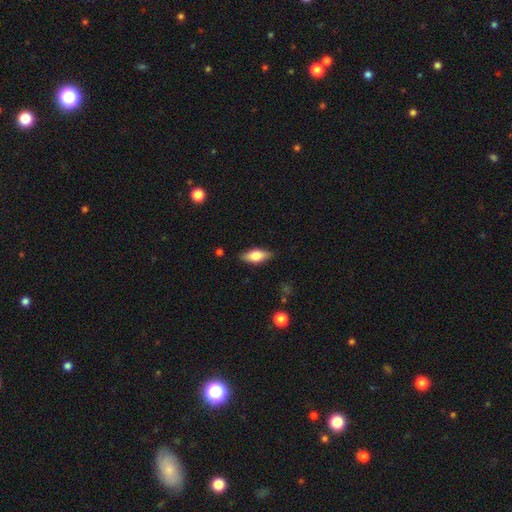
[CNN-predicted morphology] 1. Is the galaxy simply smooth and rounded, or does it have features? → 67% smooth, 26% featured or disk, 7% star or artifact.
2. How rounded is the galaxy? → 77% in between, 19% cigar-shaped, 3% round.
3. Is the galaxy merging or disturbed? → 86% none, 11% minor disturbance, 2% major disturbance, 1% merger.